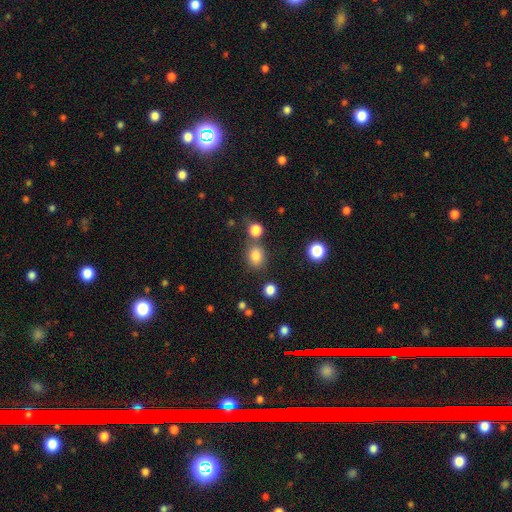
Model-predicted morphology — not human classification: Smooth or featured: smooth — 82% (star or artifact — 13%)
How rounded: round — 54% (in between — 45%)
Merging: none — 69% (merger — 14%)